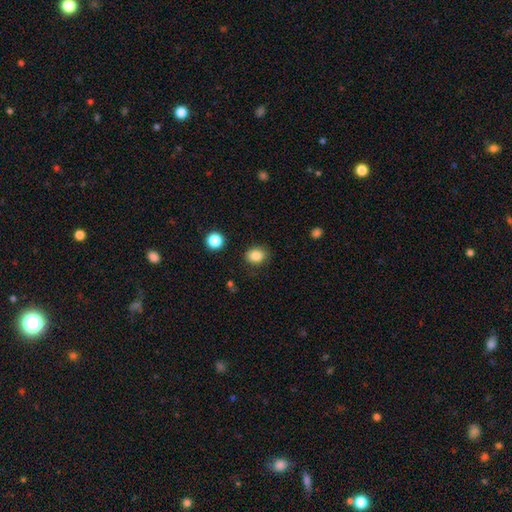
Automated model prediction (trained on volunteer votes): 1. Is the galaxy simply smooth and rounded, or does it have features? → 85% smooth, 10% star or artifact, 5% featured or disk.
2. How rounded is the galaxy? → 55% round, 44% in between, 1% cigar-shaped.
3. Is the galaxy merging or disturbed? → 85% none, 11% minor disturbance, 3% major disturbance, 2% merger.